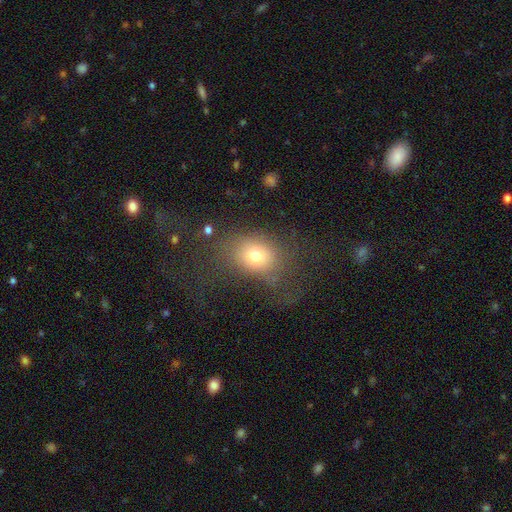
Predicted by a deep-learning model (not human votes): Smooth or featured? Predicted: smooth (p=0.72). How rounded? Predicted: round (p=0.52). Merging? Predicted: none (p=0.58).